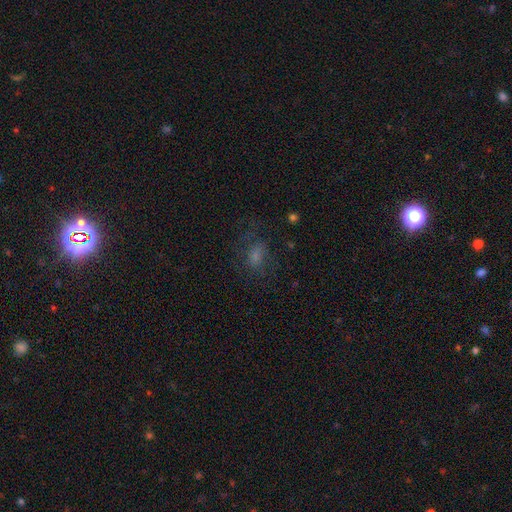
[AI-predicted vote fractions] The model was most divided on "merging": none: 55%, major disturbance: 24%, minor disturbance: 19%, merger: 2%. More confident: how rounded — in between (71%); smooth or featured — smooth (61%).